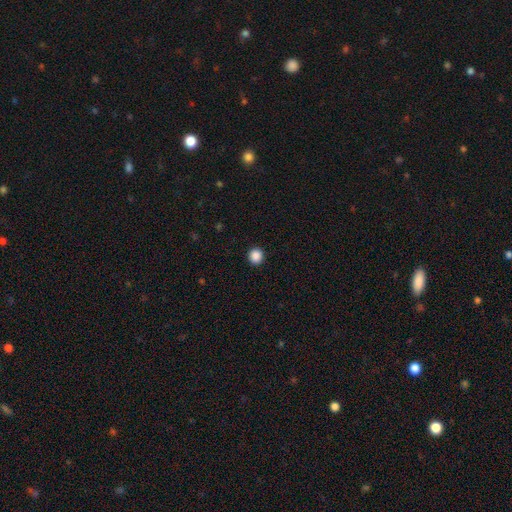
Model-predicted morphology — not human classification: type=smooth (88%); roundness=round (90%); merging=none (93%).